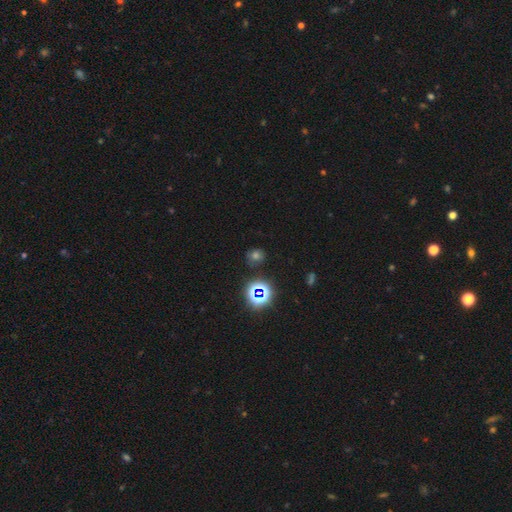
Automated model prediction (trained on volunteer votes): The model was most divided on "smooth or featured": smooth: 48%, star or artifact: 43%, featured or disk: 8%. More confident: merging — none (82%).